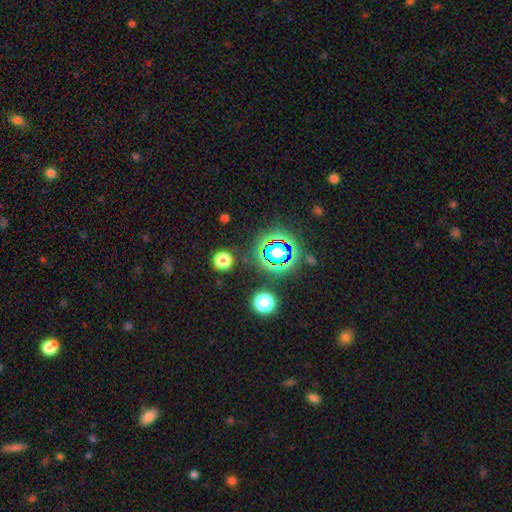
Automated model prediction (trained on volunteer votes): Q: Smooth or featured?
A: star or artifact (72%); runner-up: smooth (20%)